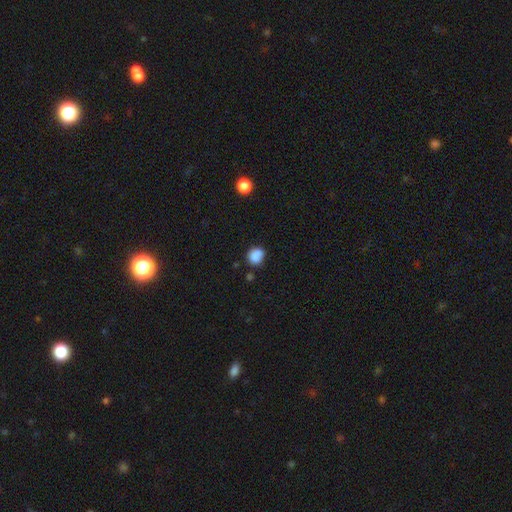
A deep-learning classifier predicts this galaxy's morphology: This is clearly a smooth galaxy (84%). How rounded: likely round (70%). Merging: likely none (65%).